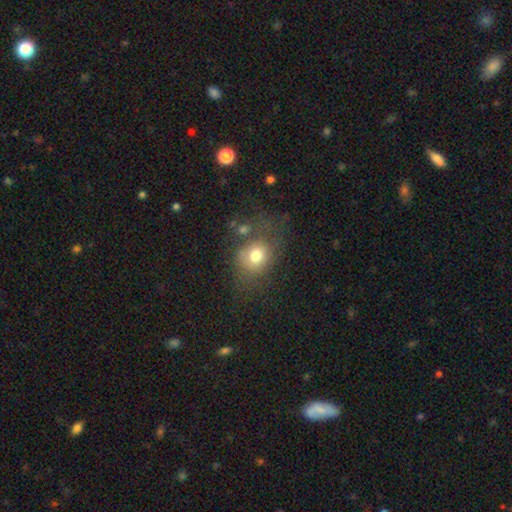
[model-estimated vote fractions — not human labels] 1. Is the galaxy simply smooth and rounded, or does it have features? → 74% smooth, 14% featured or disk, 12% star or artifact.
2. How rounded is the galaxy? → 59% round, 39% in between, 1% cigar-shaped.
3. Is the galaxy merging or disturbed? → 54% none, 21% minor disturbance, 17% major disturbance, 8% merger.